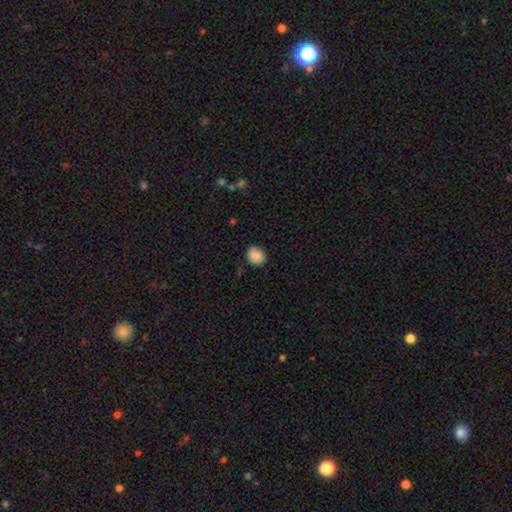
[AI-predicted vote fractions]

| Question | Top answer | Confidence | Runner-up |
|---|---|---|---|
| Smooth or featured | smooth | 85% | star or artifact (8%) |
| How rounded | round | 60% | in between (39%) |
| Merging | none | 82% | minor disturbance (14%) |